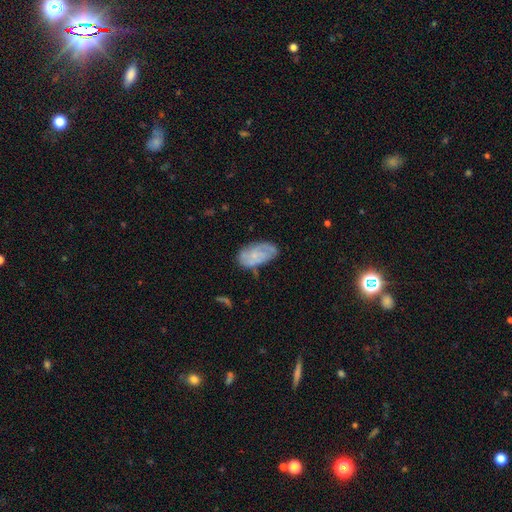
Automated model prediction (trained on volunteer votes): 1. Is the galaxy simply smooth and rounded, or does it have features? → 53% featured or disk, 40% smooth, 7% star or artifact.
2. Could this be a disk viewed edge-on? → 96% no, 4% yes.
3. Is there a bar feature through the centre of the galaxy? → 72% no, 24% weak, 4% strong.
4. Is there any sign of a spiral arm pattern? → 78% yes, 22% no.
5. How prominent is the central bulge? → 65% small, 17% none, 16% moderate, 1% large, 1% dominant.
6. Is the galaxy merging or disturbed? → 61% none, 27% minor disturbance, 9% major disturbance, 3% merger.